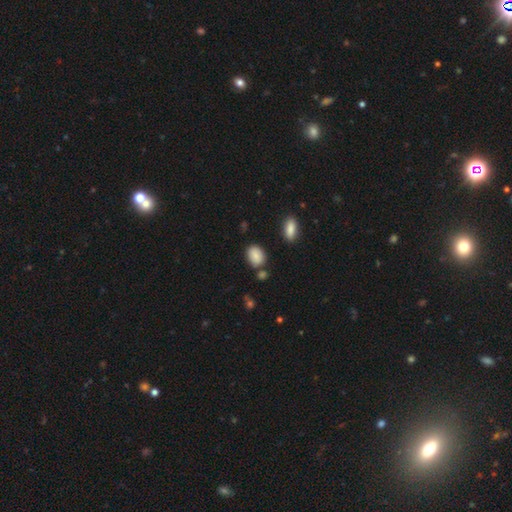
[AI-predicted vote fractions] Smooth or featured?
  - smooth: 86% *
  - star or artifact: 8%
  - featured or disk: 6%
How rounded?
  - in between: 71% *
  - round: 27%
  - cigar-shaped: 1%
Merging?
  - none: 71% *
  - minor disturbance: 16%
  - merger: 9%
  - major disturbance: 4%